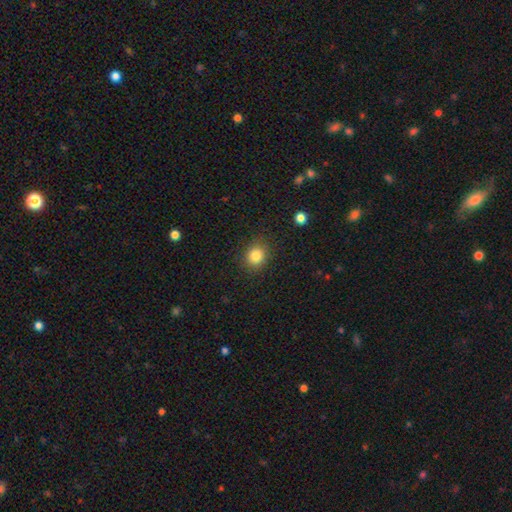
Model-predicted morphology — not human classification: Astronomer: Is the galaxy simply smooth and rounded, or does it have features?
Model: smooth — 84%.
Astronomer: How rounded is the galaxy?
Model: round — 77%.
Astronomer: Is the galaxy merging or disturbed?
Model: none — 86%.